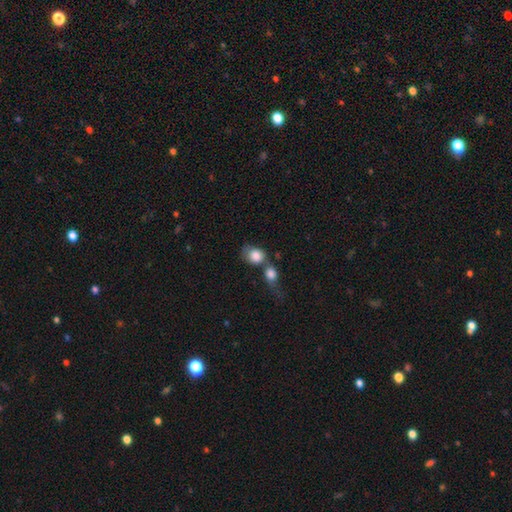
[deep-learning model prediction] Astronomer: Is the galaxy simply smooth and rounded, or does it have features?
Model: smooth — 81%.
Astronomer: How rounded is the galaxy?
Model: round — 51% (runner-up: in between, 47%).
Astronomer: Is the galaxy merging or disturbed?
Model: merger — 62%.